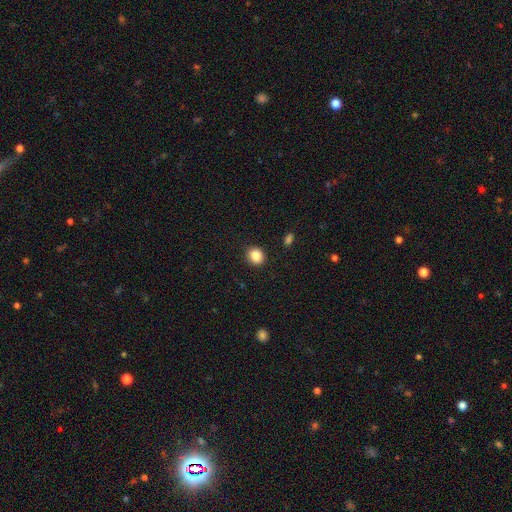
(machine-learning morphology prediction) A smooth galaxy with no disk features (87%) that is round (74%).

Vote fractions:
- Smooth or featured? smooth: 87% / star or artifact: 10% / featured or disk: 4%
- How rounded? round: 74% / in between: 26% / cigar-shaped: 1%
- Merging? none: 89% / minor disturbance: 7% / major disturbance: 2% / merger: 1%